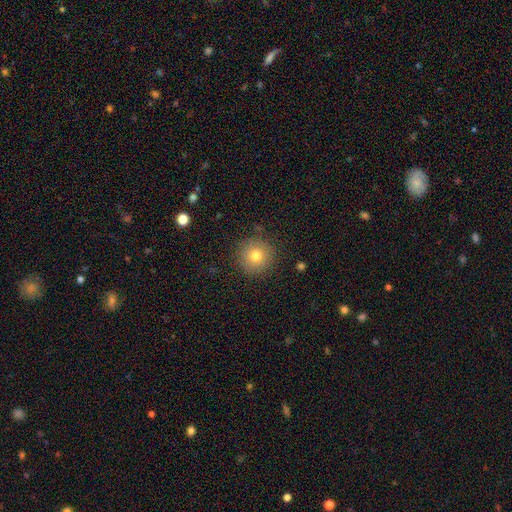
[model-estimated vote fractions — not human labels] The model was most divided on "smooth or featured": smooth: 77%, star or artifact: 12%, featured or disk: 11%. More confident: how rounded — round (95%); merging — none (88%).